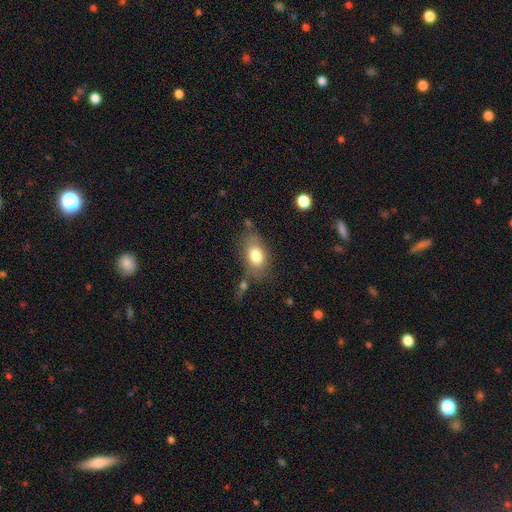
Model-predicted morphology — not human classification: Smooth or featured?
  - smooth: 78% *
  - featured or disk: 14%
  - star or artifact: 8%
How rounded?
  - in between: 86% *
  - round: 11%
  - cigar-shaped: 3%
Merging?
  - none: 62% *
  - minor disturbance: 22%
  - major disturbance: 8%
  - merger: 8%